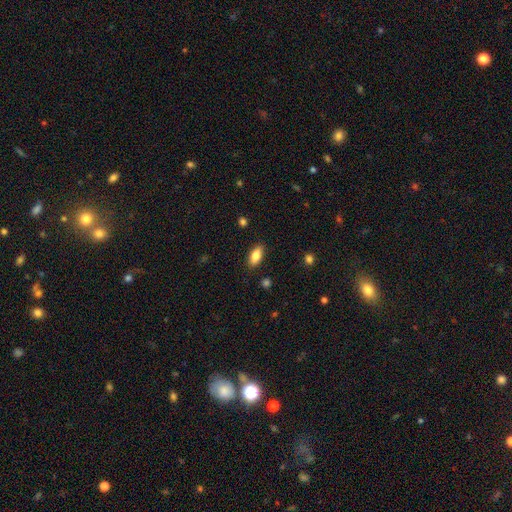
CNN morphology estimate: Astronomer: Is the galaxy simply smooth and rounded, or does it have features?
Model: smooth — 83%.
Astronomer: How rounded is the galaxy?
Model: in between — 86%.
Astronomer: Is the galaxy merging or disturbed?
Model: none — 87%.